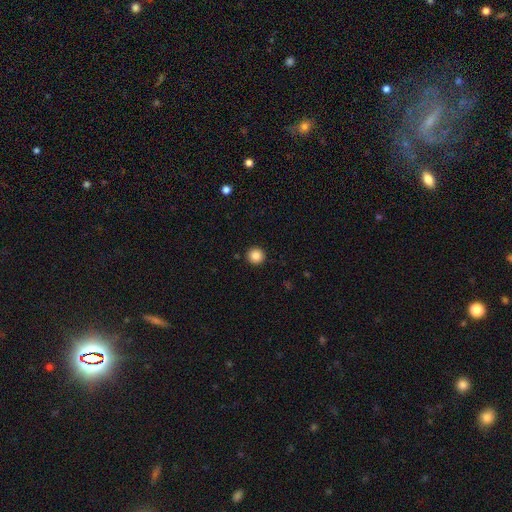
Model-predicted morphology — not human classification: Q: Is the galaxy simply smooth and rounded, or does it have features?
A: smooth — 86%.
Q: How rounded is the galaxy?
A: round — 96%.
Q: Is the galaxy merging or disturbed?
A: none — 93%.